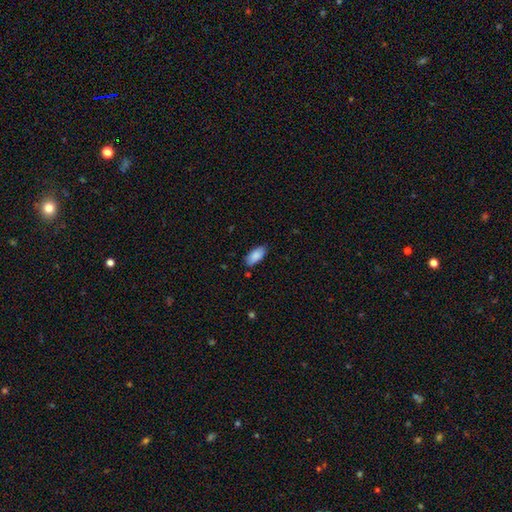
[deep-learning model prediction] Q: Smooth or featured?
A: smooth (88%); runner-up: star or artifact (6%)
Q: How rounded?
A: in between (91%); runner-up: cigar-shaped (8%)
Q: Merging?
A: none (83%); runner-up: minor disturbance (13%)